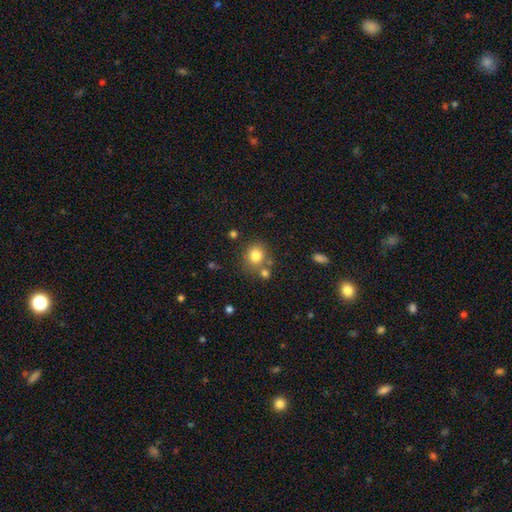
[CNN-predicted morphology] type=smooth (80%); roundness=round (81%); merging=none (68%).